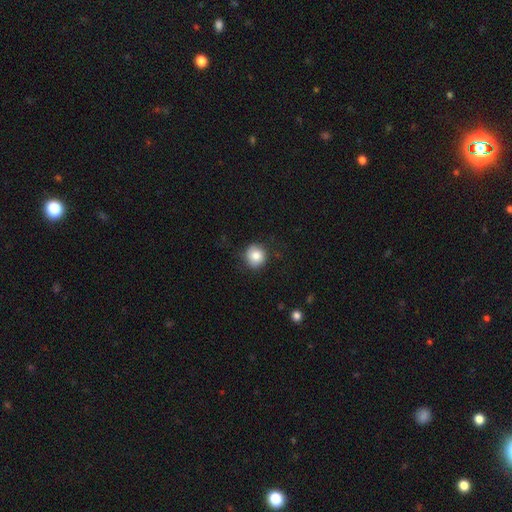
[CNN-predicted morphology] smooth 85%, star or artifact 8%, featured or disk 7%. Down the decision tree: how rounded — round (90%); merging — none (83%).